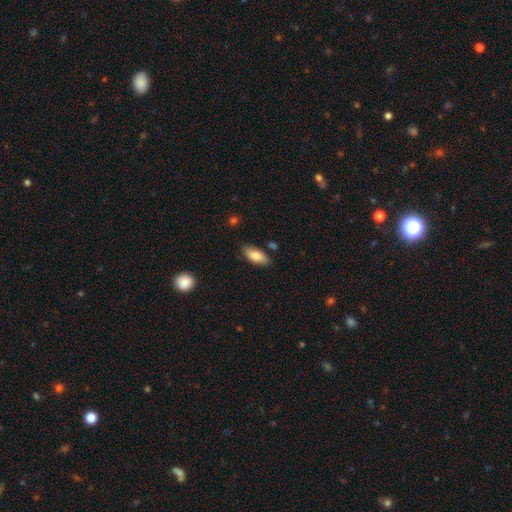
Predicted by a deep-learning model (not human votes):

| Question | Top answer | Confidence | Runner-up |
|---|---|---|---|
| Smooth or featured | smooth | 82% | featured or disk (11%) |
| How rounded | in between | 88% | cigar-shaped (10%) |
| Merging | none | 82% | minor disturbance (13%) |